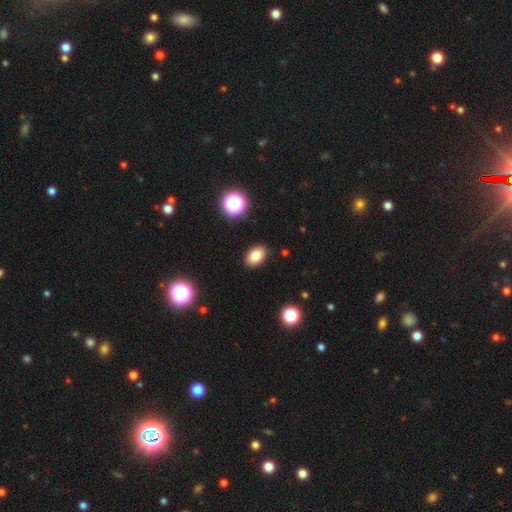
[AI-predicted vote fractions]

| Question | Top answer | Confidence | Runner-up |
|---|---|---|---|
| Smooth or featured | smooth | 83% | star or artifact (11%) |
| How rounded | in between | 84% | round (15%) |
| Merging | none | 88% | minor disturbance (8%) |